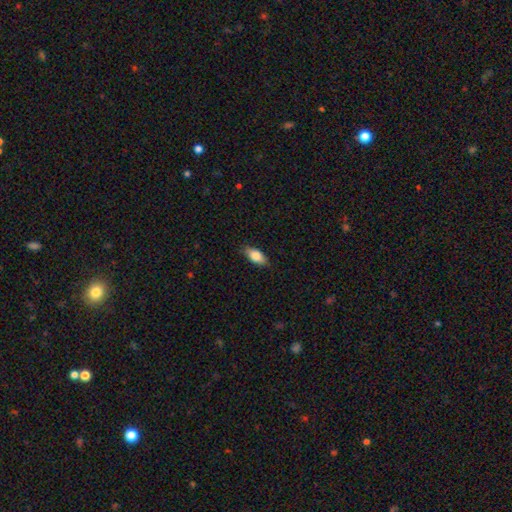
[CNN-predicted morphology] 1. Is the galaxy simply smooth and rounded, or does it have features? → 82% smooth, 11% featured or disk, 6% star or artifact.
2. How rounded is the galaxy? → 87% in between, 10% cigar-shaped, 3% round.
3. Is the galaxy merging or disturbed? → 85% none, 12% minor disturbance, 2% major disturbance, 1% merger.